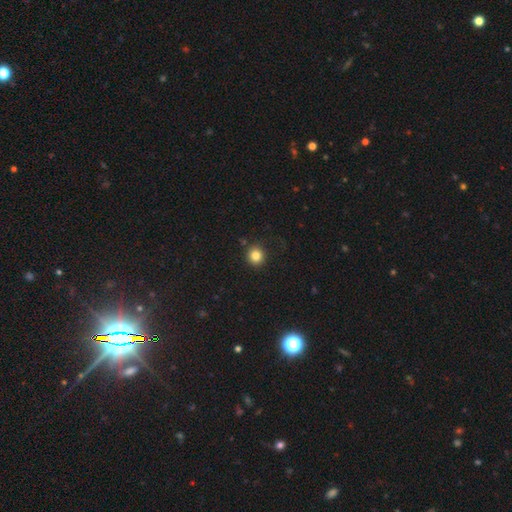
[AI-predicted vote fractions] A smooth galaxy with no disk features (84%) that is round (91%).

Vote fractions:
- Smooth or featured? smooth: 84% / star or artifact: 11% / featured or disk: 5%
- How rounded? round: 91% / in between: 8% / cigar-shaped: 1%
- Merging? none: 88% / minor disturbance: 7% / major disturbance: 2% / merger: 2%